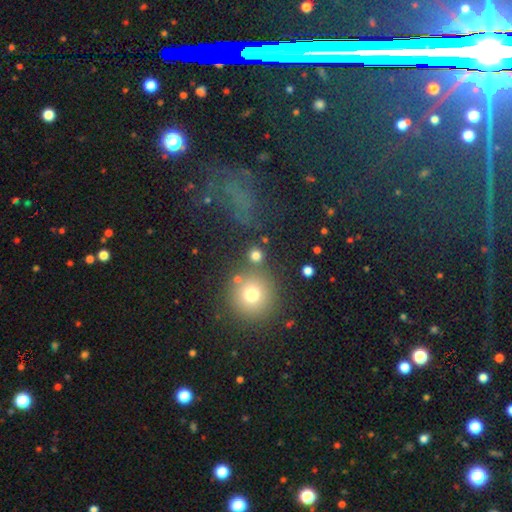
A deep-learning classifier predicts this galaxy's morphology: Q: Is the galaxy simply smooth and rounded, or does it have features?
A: smooth — 77%.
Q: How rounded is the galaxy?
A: round — 91%.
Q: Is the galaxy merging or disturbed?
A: none — 76%.